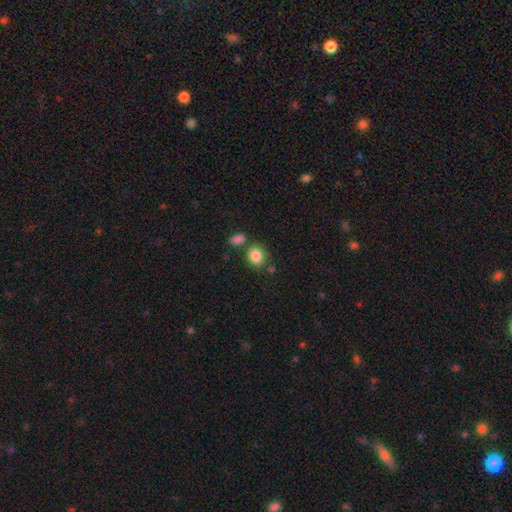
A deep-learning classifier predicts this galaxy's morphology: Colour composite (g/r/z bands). It shows a smooth galaxy with no disk features (86%) that is round (62%). Merging: none (66%).